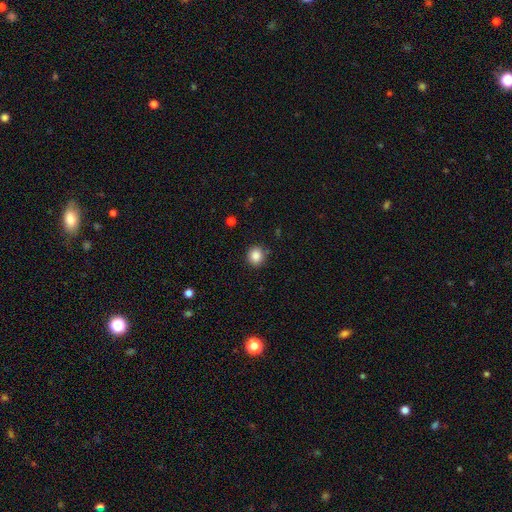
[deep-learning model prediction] Smooth or featured?
  - smooth: 86% *
  - star or artifact: 10%
  - featured or disk: 4%
How rounded?
  - round: 87% *
  - in between: 13%
  - cigar-shaped: 1%
Merging?
  - none: 85% *
  - minor disturbance: 10%
  - merger: 3%
  - major disturbance: 3%